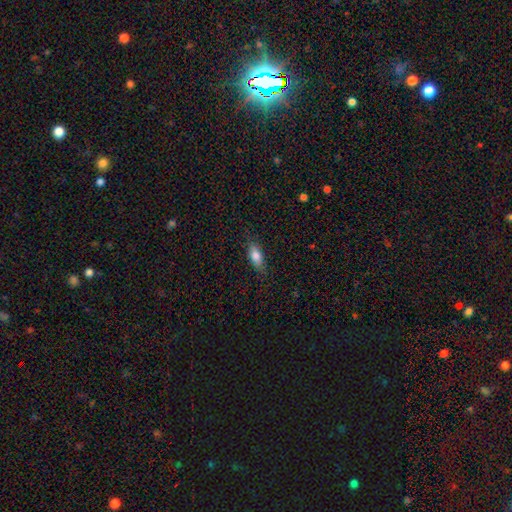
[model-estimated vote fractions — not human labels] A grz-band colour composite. It shows a smooth galaxy with no disk features (79%) that is in between round and cigar-shaped (80%). Merging: none (81%).